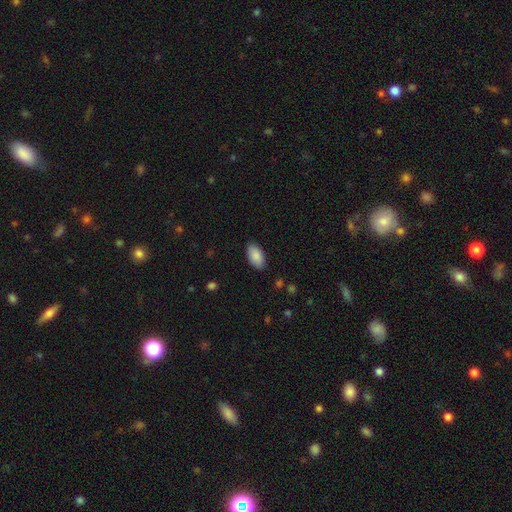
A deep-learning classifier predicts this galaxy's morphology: Smooth or featured: smooth — 89% (star or artifact — 6%)
How rounded: in between — 95% (round — 3%)
Merging: none — 87% (minor disturbance — 10%)